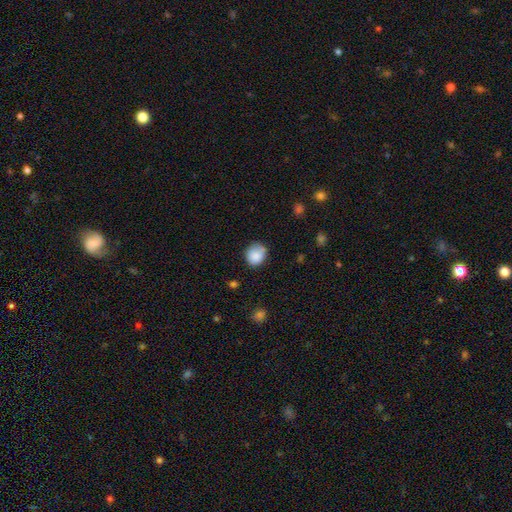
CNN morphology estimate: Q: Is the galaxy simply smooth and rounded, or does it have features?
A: smooth — 85%.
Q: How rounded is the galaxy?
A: round — 73%.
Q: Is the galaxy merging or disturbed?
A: none — 66%.